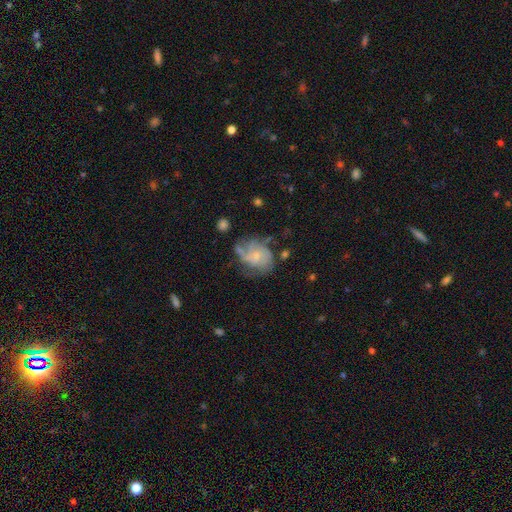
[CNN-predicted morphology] This appears to be a featured or disk galaxy (70%) with no bar (75%), tight (43%) spiral arms (85%) and a small central bulge (69%). Merging: none (48%).